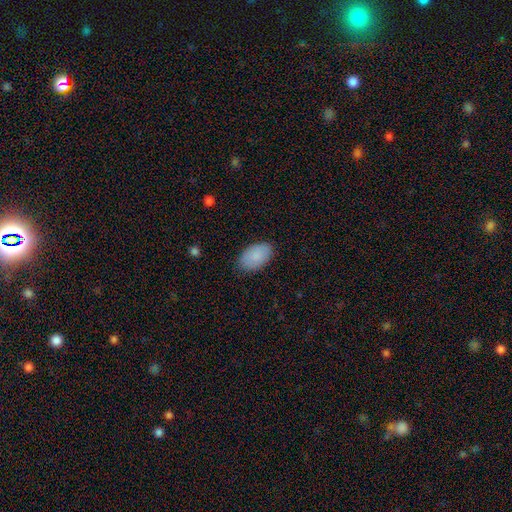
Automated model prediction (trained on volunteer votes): A smooth galaxy with no disk features (88%) that is in between round and cigar-shaped (94%). Merging: none (84%).